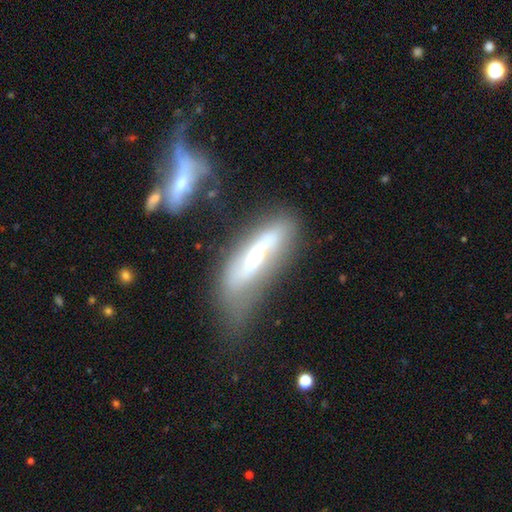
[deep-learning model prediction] Smooth or featured: featured or disk — 55% (smooth — 37%)
Edge-on disk: no — 65% (yes — 35%)
Merging: none — 38% (minor disturbance — 28%)